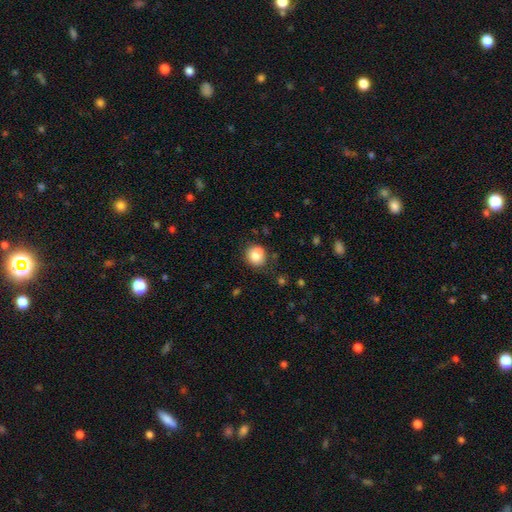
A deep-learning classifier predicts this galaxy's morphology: Smooth or featured? Predicted: smooth (p=0.77). How rounded? Predicted: round (p=0.82). Merging? Predicted: none (p=0.61).